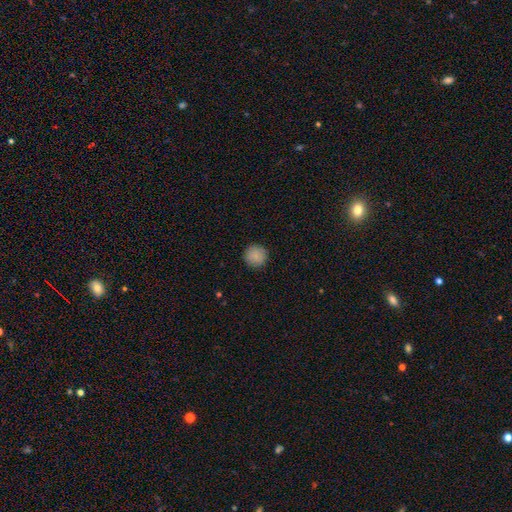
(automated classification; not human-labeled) This is clearly a smooth galaxy (88%). How rounded: clearly round (95%). Merging: clearly none (91%).